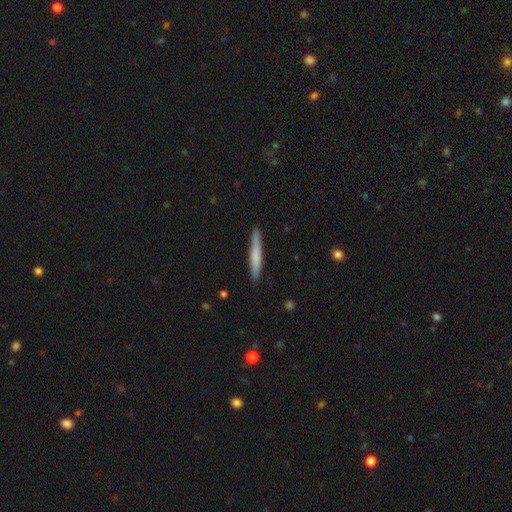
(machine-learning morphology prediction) The model was most divided on "smooth or featured": smooth: 67%, featured or disk: 28%, star or artifact: 5%. More confident: how rounded — cigar-shaped (95%); merging — none (89%).